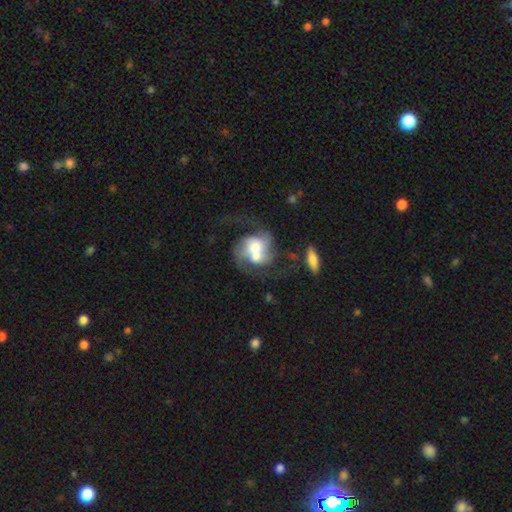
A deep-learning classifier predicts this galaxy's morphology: featured or disk 64%, smooth 28%, star or artifact 7%. Down the decision tree: edge-on disk — no (97%); bar — no (66%); spiral arms — yes (76%); bulge size — moderate (41%); merging — merger (48%).